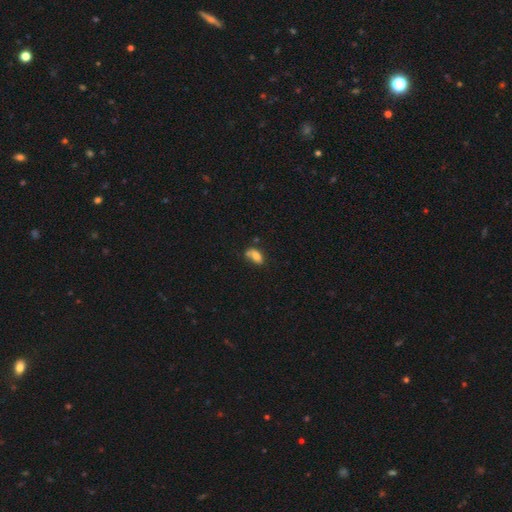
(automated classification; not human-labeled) Morphology: type=smooth (76%); roundness=in between (87%); merging=none (43%).